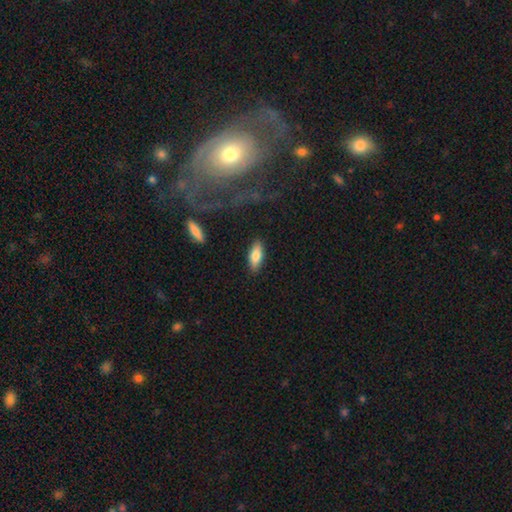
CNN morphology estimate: Smooth or featured? Predicted: smooth (p=0.79). How rounded? Predicted: in between (p=0.73). Merging? Predicted: none (p=0.87).